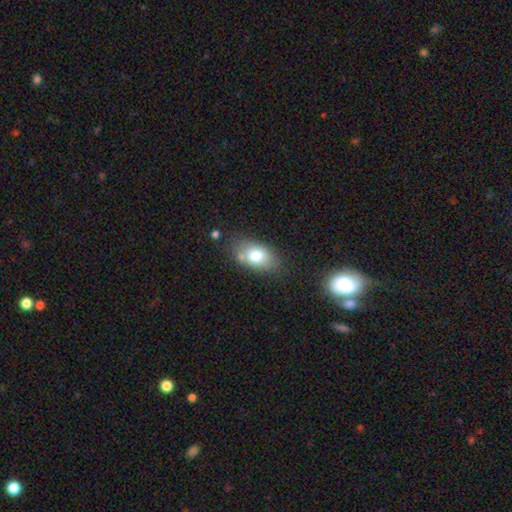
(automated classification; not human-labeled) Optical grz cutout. It shows a smooth galaxy with no disk features (76%) that is in between round and cigar-shaped (87%). Merging: none (66%).